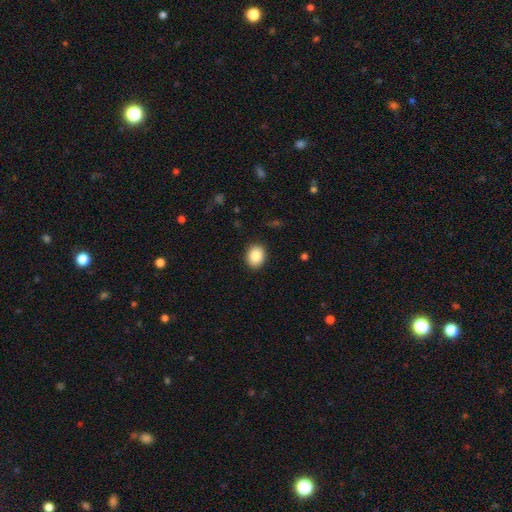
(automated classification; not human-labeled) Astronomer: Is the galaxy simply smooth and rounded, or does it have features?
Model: smooth — 87%.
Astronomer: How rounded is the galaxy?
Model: round — 54% (runner-up: in between, 45%).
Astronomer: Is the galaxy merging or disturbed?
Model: none — 90%.